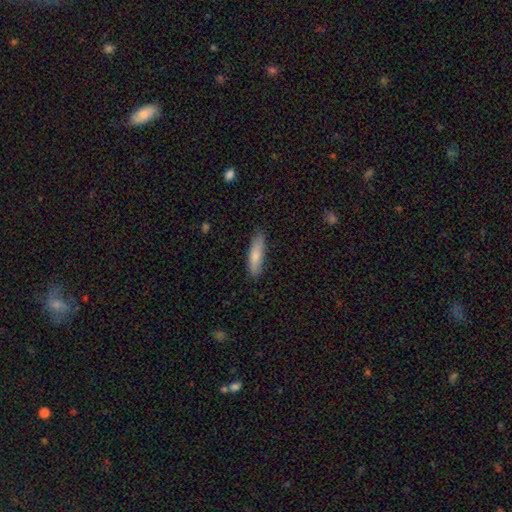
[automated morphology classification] A smooth galaxy with no disk features (80%) that is cigar-shaped (60%). Merging: none (85%).